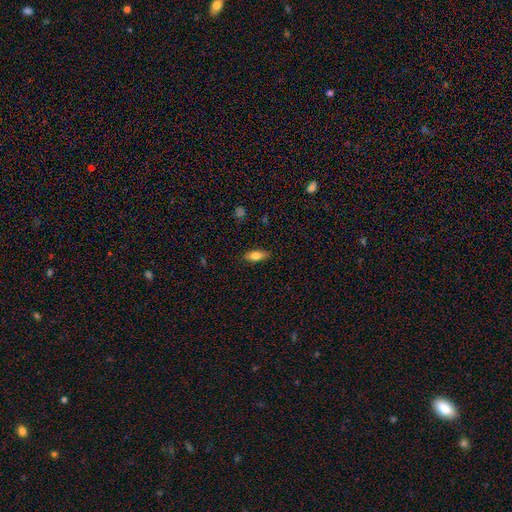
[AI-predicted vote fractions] Morphology: type=smooth (75%); roundness=in between (78%); merging=none (86%).